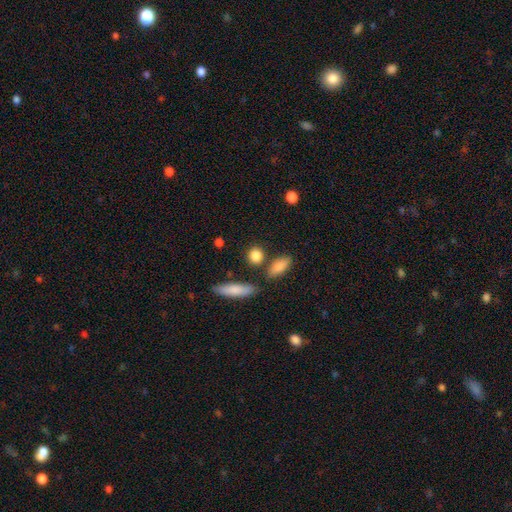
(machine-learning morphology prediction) A smooth galaxy with no disk features (85%) that is round (60%). Merging: none (76%).